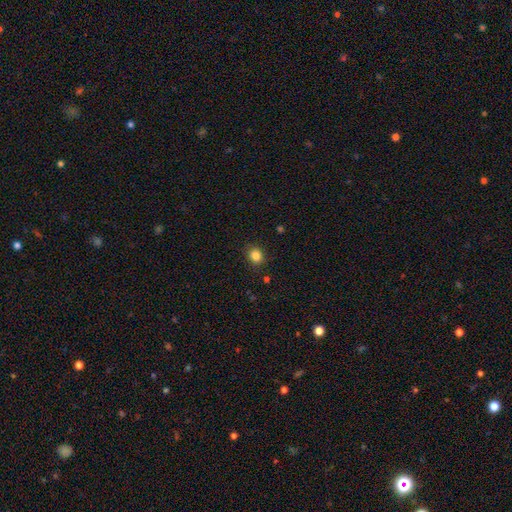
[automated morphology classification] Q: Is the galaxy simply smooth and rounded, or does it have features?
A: smooth — 85%.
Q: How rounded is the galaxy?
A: round — 69%.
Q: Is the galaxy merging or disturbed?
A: none — 88%.